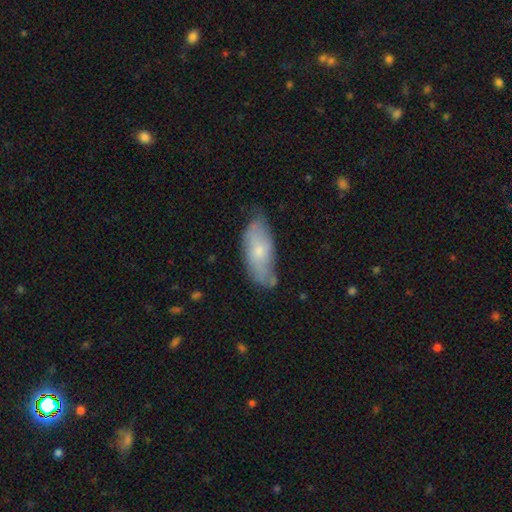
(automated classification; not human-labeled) Q: Smooth or featured?
A: featured or disk (43%); runner-up: smooth (39%)
Q: Merging?
A: none (78%); runner-up: minor disturbance (16%)